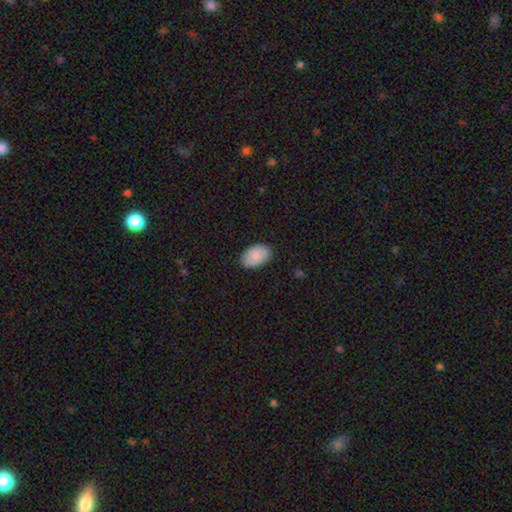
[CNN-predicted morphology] Smooth or featured?
  - smooth: 84% *
  - featured or disk: 10%
  - star or artifact: 6%
How rounded?
  - in between: 91% *
  - round: 8%
  - cigar-shaped: 1%
Merging?
  - none: 85% *
  - minor disturbance: 11%
  - major disturbance: 2%
  - merger: 1%